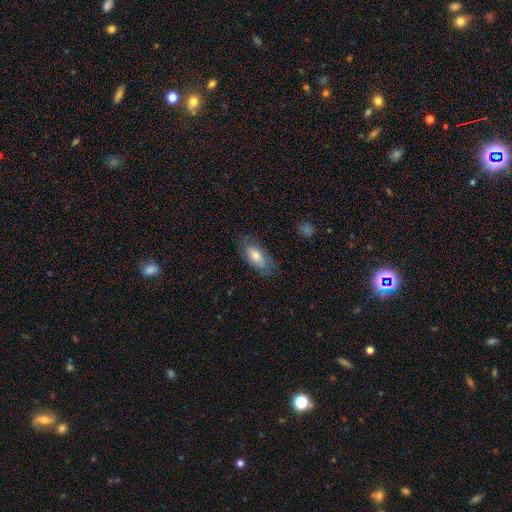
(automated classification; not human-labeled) Smooth or featured?
  - smooth: 70% *
  - featured or disk: 23%
  - star or artifact: 7%
How rounded?
  - in between: 87% *
  - cigar-shaped: 10%
  - round: 3%
Merging?
  - none: 76% *
  - minor disturbance: 18%
  - major disturbance: 5%
  - merger: 1%